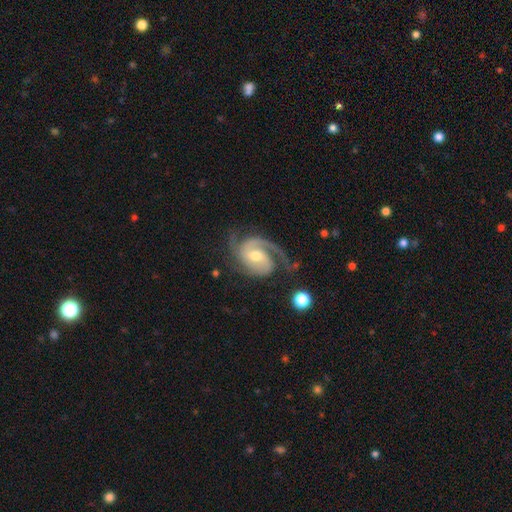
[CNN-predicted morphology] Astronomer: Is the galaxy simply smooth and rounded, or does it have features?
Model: featured or disk — 91%.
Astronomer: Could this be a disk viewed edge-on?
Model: no — 98%.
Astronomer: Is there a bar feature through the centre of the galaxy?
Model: no — 44% (runner-up: weak, 43%).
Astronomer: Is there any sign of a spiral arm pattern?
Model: yes — 98%.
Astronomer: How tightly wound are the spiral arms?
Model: medium — 48% (runner-up: tight, 38%).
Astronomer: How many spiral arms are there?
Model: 2 — 57%.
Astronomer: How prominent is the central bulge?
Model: moderate — 61%.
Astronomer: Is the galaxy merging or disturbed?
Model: none — 63%.